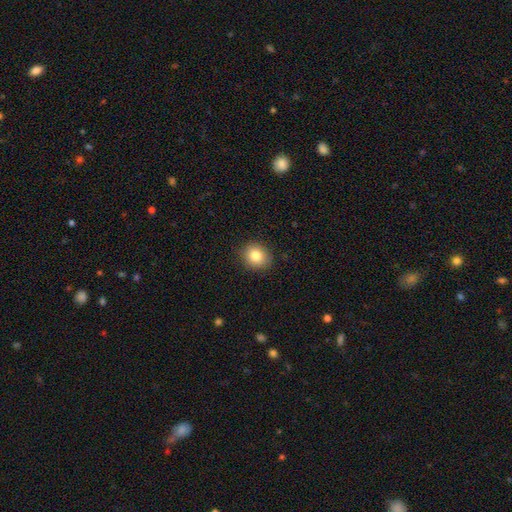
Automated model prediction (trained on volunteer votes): Smooth or featured? Predicted: smooth (p=0.83). How rounded? Predicted: round (p=0.73). Merging? Predicted: none (p=0.88).